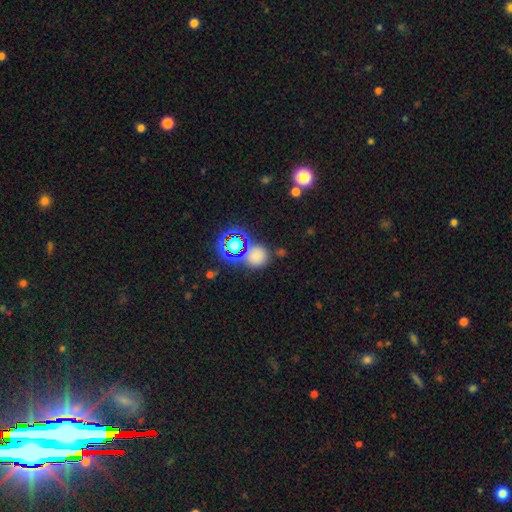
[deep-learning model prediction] Smooth or featured?
  - smooth: 62% *
  - star or artifact: 30%
  - featured or disk: 8%
How rounded?
  - round: 83% *
  - in between: 16%
  - cigar-shaped: 1%
Merging?
  - none: 67% *
  - merger: 15%
  - minor disturbance: 13%
  - major disturbance: 6%